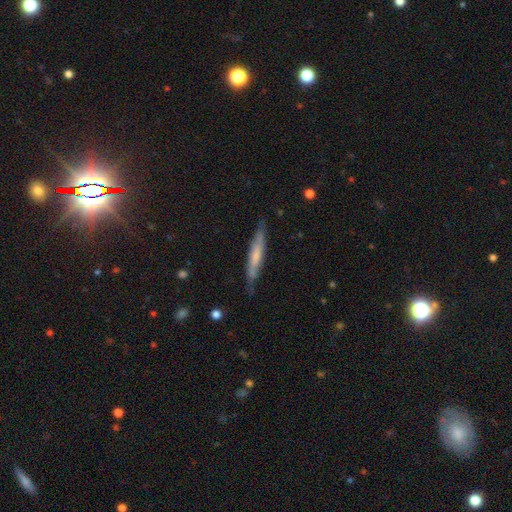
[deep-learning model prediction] Smooth or featured?
  - smooth: 51% *
  - featured or disk: 44%
  - star or artifact: 6%
How rounded?
  - cigar-shaped: 92% *
  - in between: 7%
  - round: 1%
Merging?
  - none: 76% *
  - minor disturbance: 19%
  - major disturbance: 4%
  - merger: 1%